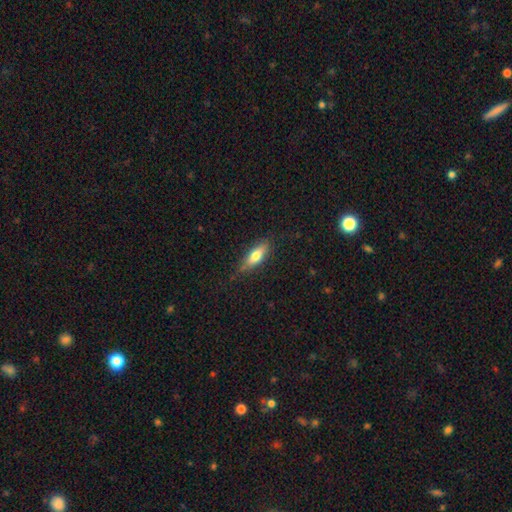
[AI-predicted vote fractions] Q: Smooth or featured?
A: smooth (68%); runner-up: featured or disk (25%)
Q: How rounded?
A: in between (59%); runner-up: cigar-shaped (38%)
Q: Merging?
A: none (74%); runner-up: minor disturbance (20%)